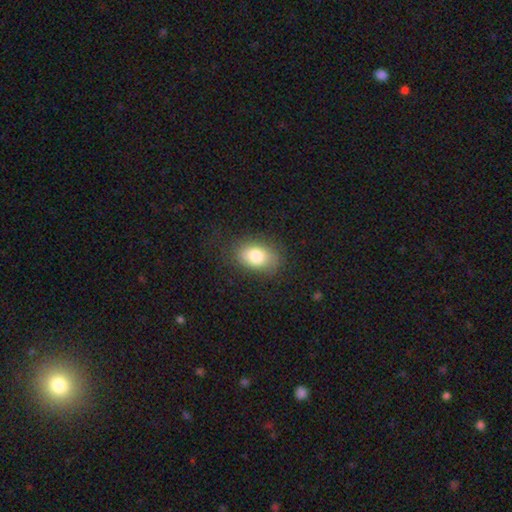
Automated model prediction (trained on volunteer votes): This appears to be a smooth galaxy with no disk features (80%) that is in between round and cigar-shaped (82%). Merging: none (75%).